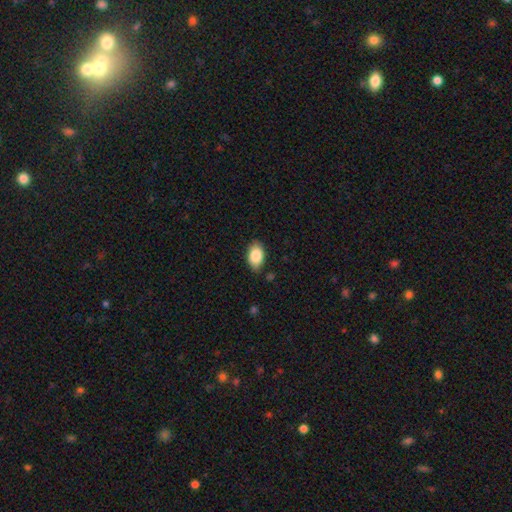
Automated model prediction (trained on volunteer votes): Smooth or featured?
  - smooth: 87% *
  - star or artifact: 7%
  - featured or disk: 6%
How rounded?
  - in between: 92% *
  - round: 7%
  - cigar-shaped: 1%
Merging?
  - none: 81% *
  - minor disturbance: 15%
  - major disturbance: 3%
  - merger: 1%